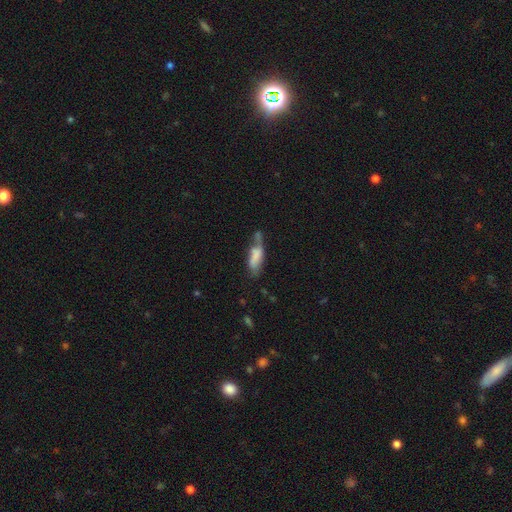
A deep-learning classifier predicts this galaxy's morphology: A smooth galaxy with no disk features (62%) that is in between round and cigar-shaped (62%). Merging: minor disturbance (29%, tied with none).